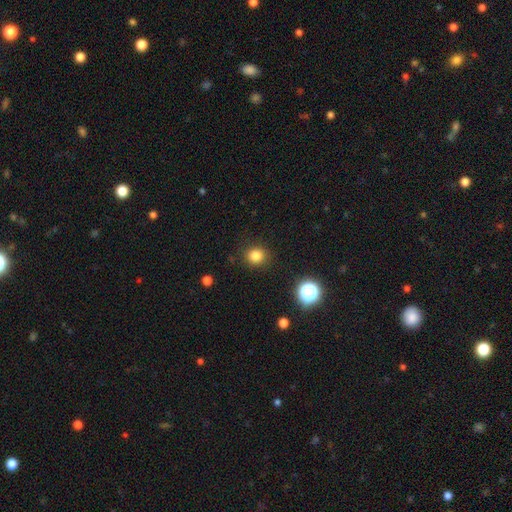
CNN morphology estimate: This is clearly a smooth galaxy (82%). How rounded: clearly round (83%). Merging: clearly none (88%).